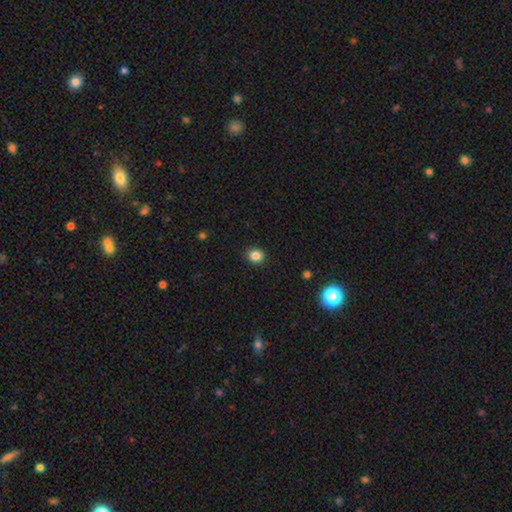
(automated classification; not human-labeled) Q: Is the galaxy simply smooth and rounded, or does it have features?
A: smooth — 85%.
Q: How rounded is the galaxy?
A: round — 79%.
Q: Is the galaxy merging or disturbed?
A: none — 92%.